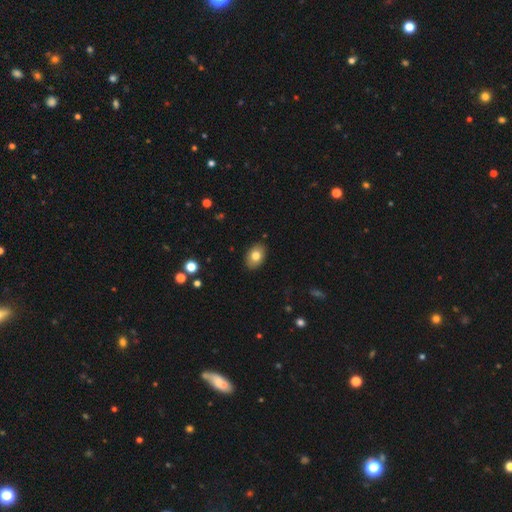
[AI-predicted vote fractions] Smooth or featured? Predicted: smooth (p=0.79). How rounded? Predicted: in between (p=0.82). Merging? Predicted: none (p=0.88).